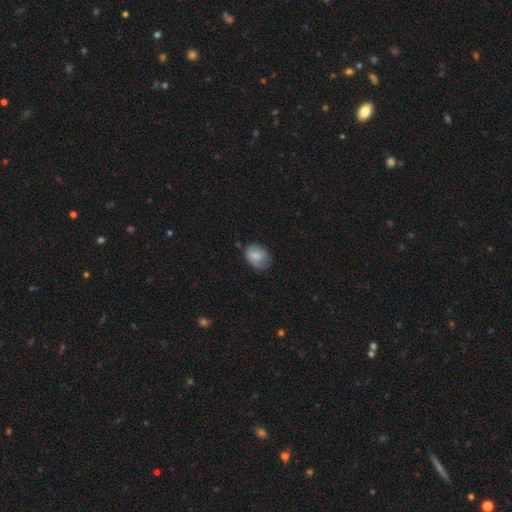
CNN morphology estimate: Overall: smooth (77%). How rounded: in between (61%; round 38%). Merging: none (54%; minor disturbance 33%).